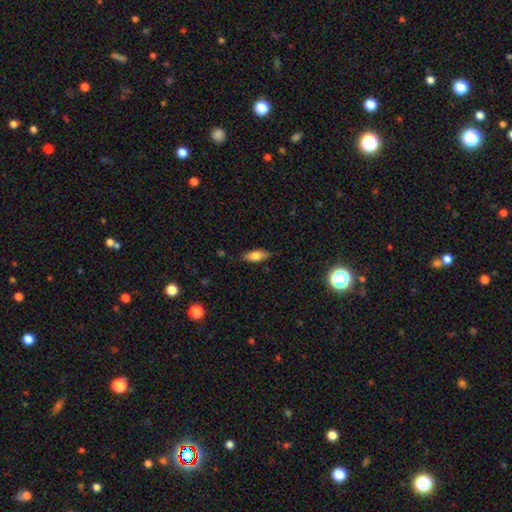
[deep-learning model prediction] Q: Smooth or featured?
A: smooth (66%); runner-up: featured or disk (26%)
Q: How rounded?
A: in between (71%); runner-up: cigar-shaped (26%)
Q: Merging?
A: none (82%); runner-up: minor disturbance (14%)